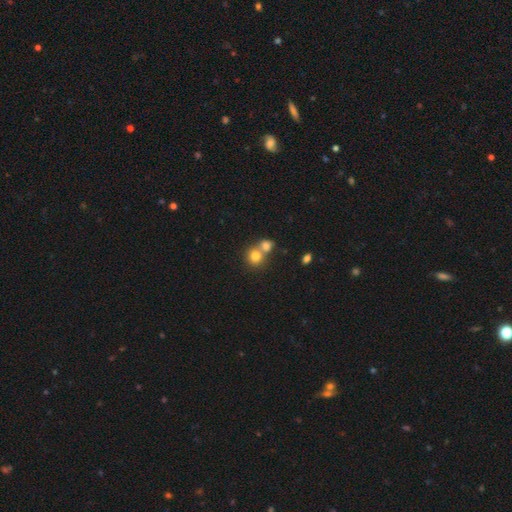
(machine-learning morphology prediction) Q: Smooth or featured?
A: smooth (79%); runner-up: star or artifact (11%)
Q: How rounded?
A: round (81%); runner-up: in between (18%)
Q: Merging?
A: merger (54%); runner-up: none (37%)